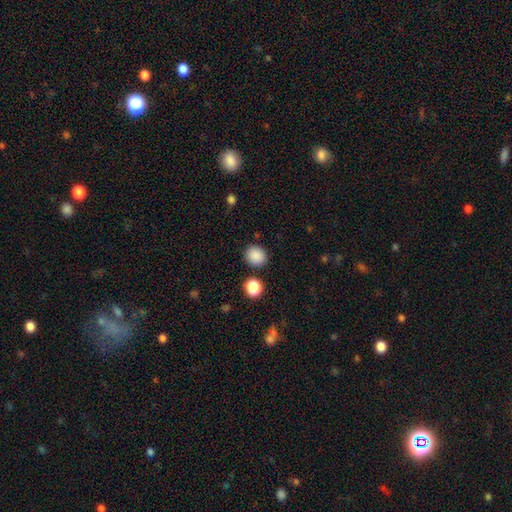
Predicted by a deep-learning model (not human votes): This is clearly a smooth galaxy (87%). How rounded: clearly round (83%). Merging: clearly none (87%).